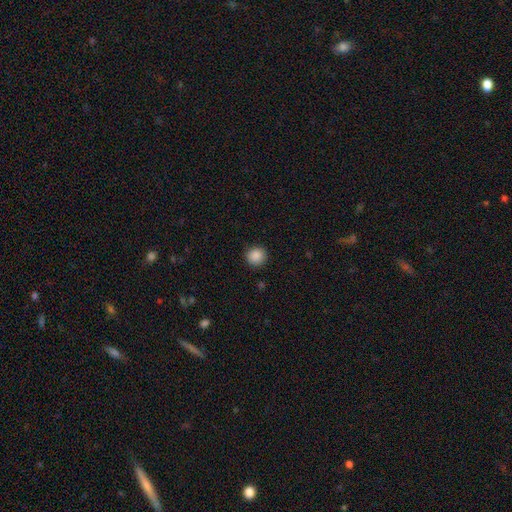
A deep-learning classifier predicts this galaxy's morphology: Smooth or featured? Predicted: smooth (p=0.88). How rounded? Predicted: round (p=0.90). Merging? Predicted: none (p=0.91).